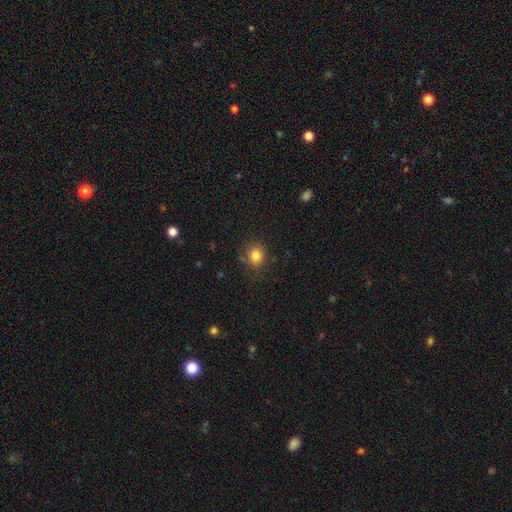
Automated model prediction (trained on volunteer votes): Smooth or featured: smooth — 82% (star or artifact — 12%)
How rounded: round — 80% (in between — 20%)
Merging: none — 81% (minor disturbance — 12%)